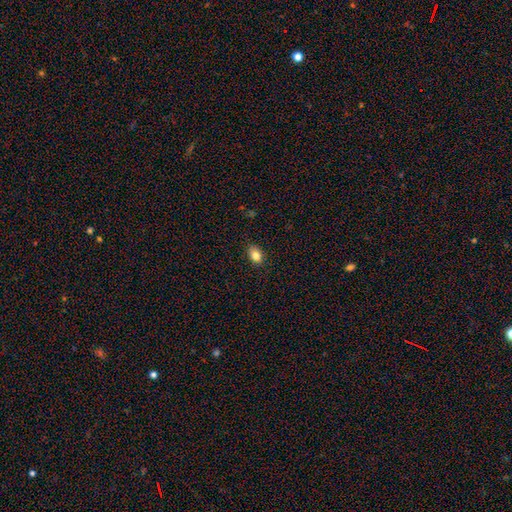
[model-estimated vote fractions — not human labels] A smooth galaxy with no disk features (84%) that is in between round and cigar-shaped (81%).

Vote fractions:
- Smooth or featured? smooth: 84% / star or artifact: 9% / featured or disk: 7%
- How rounded? in between: 81% / round: 18% / cigar-shaped: 1%
- Merging? none: 87% / minor disturbance: 10% / major disturbance: 2% / merger: 1%